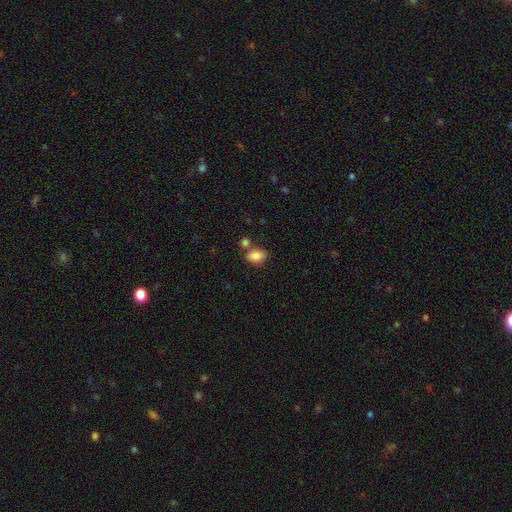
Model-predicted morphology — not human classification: Overall: smooth (85%). How rounded: in between (84%). Merging: none (61%).